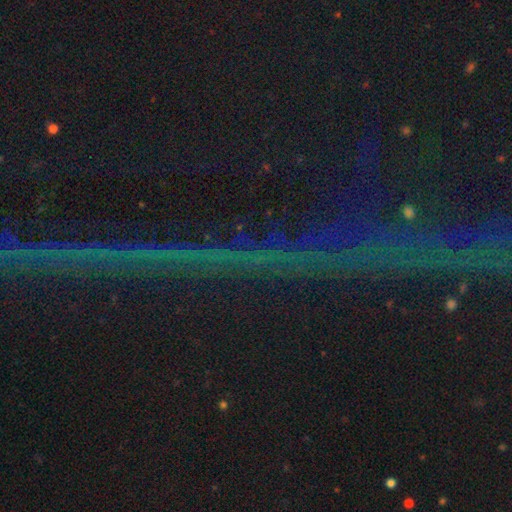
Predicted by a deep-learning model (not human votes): Morphology: type=star or artifact (82%).